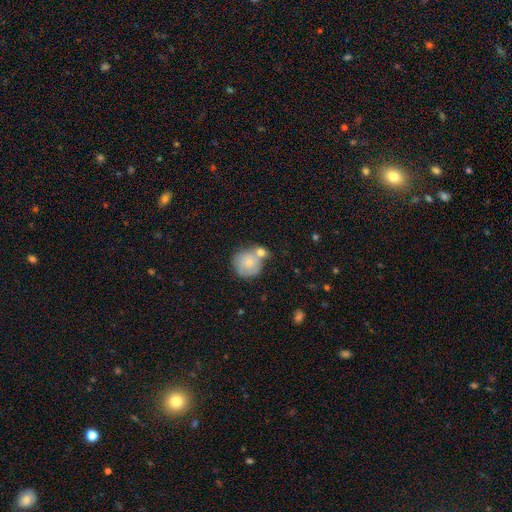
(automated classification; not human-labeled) This is likely a smooth galaxy (70%). How rounded: clearly round (87%). Merging: possibly none (46%).